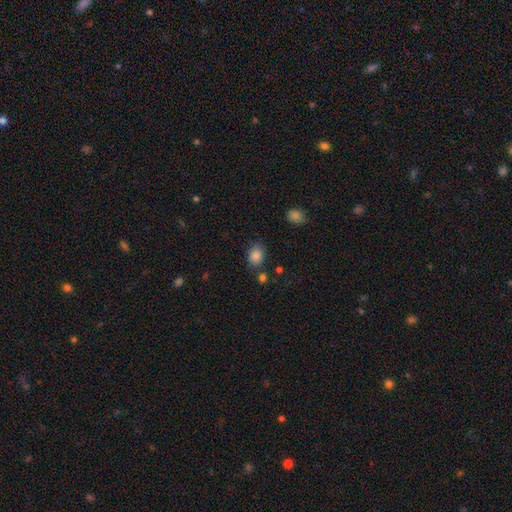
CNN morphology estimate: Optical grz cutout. It shows a smooth galaxy with no disk features (86%) that is in between round and cigar-shaped (61%). Merging: none (75%).